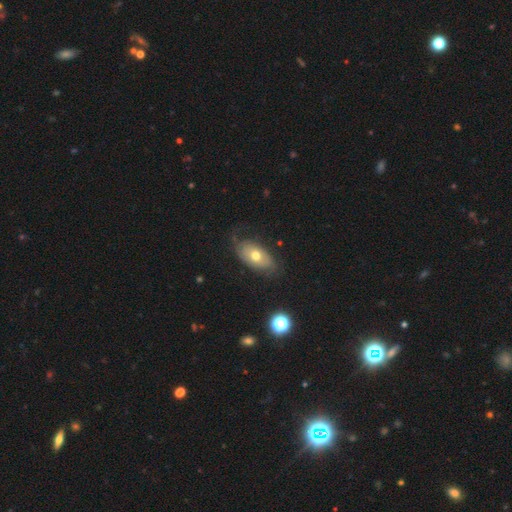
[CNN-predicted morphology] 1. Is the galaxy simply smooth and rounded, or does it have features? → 49% smooth, 44% featured or disk, 8% star or artifact.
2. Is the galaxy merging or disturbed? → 60% none, 24% minor disturbance, 14% major disturbance, 2% merger.